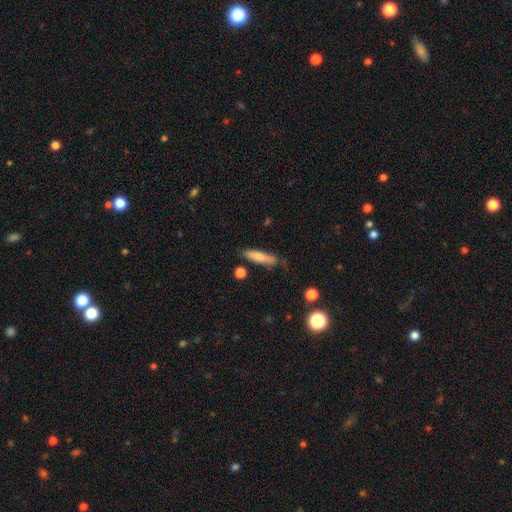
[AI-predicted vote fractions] A smooth galaxy with no disk features (69%) that is cigar-shaped (80%).

Vote fractions:
- Smooth or featured? smooth: 69% / featured or disk: 23% / star or artifact: 8%
- How rounded? cigar-shaped: 80% / in between: 18% / round: 2%
- Merging? none: 71% / minor disturbance: 21% / major disturbance: 5% / merger: 3%